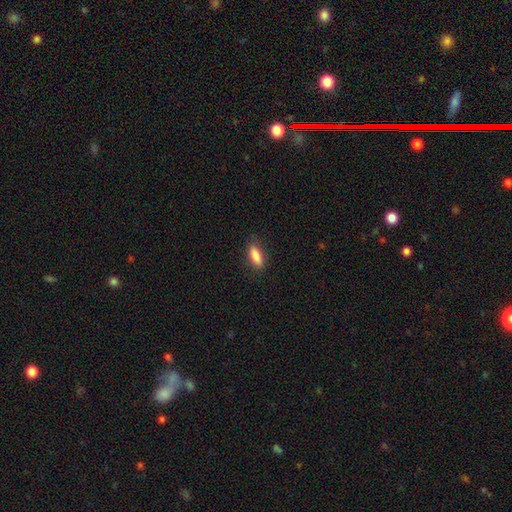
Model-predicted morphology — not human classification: type=smooth (85%); roundness=in between (64%); merging=none (85%).